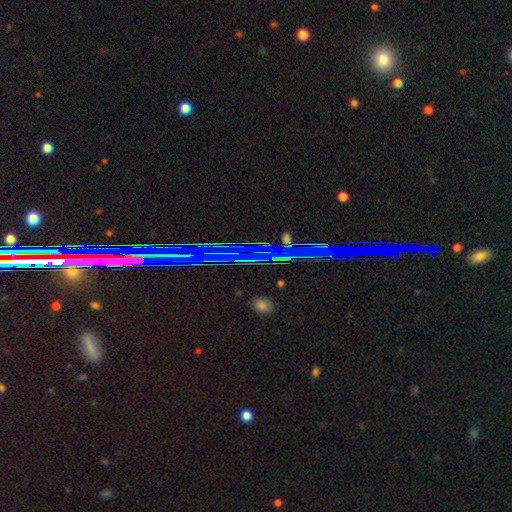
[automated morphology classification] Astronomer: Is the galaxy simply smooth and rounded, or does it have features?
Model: star or artifact — 74%.